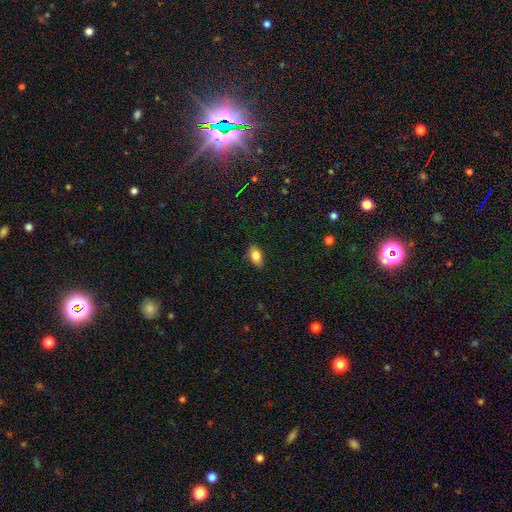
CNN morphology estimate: A smooth galaxy with no disk features (84%) that is in between round and cigar-shaped (88%). Merging: none (86%).